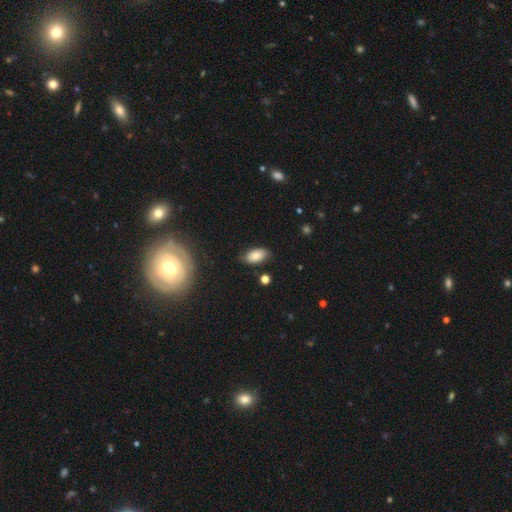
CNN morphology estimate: smooth 78%, featured or disk 13%, star or artifact 9%. Down the decision tree: how rounded — in between (93%); merging — none (78%).